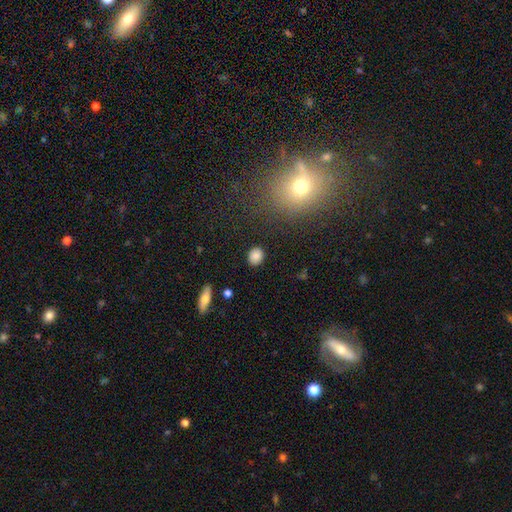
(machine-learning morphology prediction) Smooth or featured?
  - smooth: 85% *
  - star or artifact: 9%
  - featured or disk: 5%
How rounded?
  - round: 66% *
  - in between: 33%
  - cigar-shaped: 1%
Merging?
  - none: 87% *
  - minor disturbance: 9%
  - major disturbance: 3%
  - merger: 1%